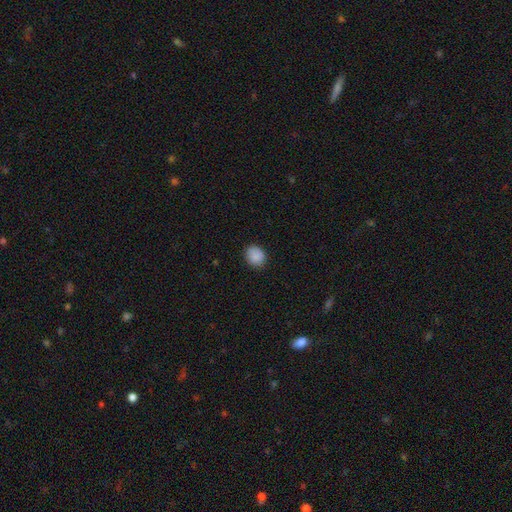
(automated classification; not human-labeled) A smooth galaxy with no disk features (88%) that is round (65%).

Vote fractions:
- Smooth or featured? smooth: 88% / star or artifact: 8% / featured or disk: 4%
- How rounded? round: 65% / in between: 35% / cigar-shaped: 1%
- Merging? none: 84% / minor disturbance: 12% / major disturbance: 3% / merger: 1%